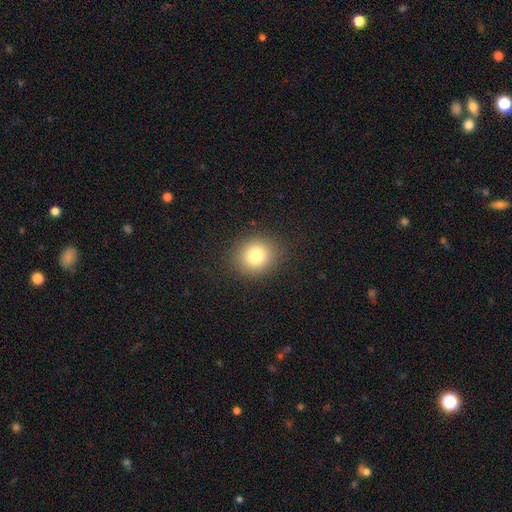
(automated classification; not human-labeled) smooth-or-featured: smooth: 80% | star or artifact: 11% | featured or disk: 8%
  how-rounded: round: 79% | in between: 20% | cigar-shaped: 1%
  merging: none: 88% | minor disturbance: 8% | major disturbance: 3% | merger: 1%